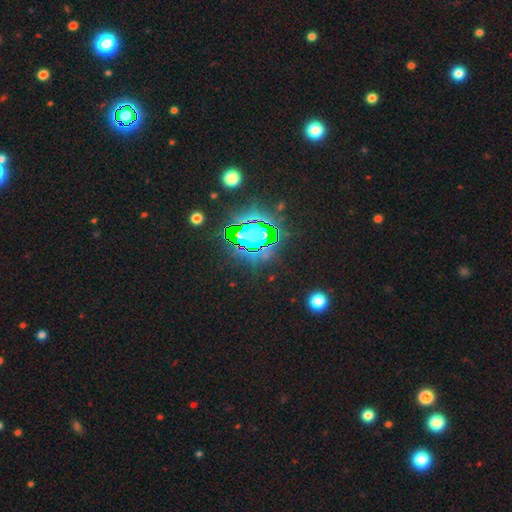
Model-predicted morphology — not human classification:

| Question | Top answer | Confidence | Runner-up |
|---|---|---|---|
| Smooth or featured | star or artifact | 73% | smooth (14%) |